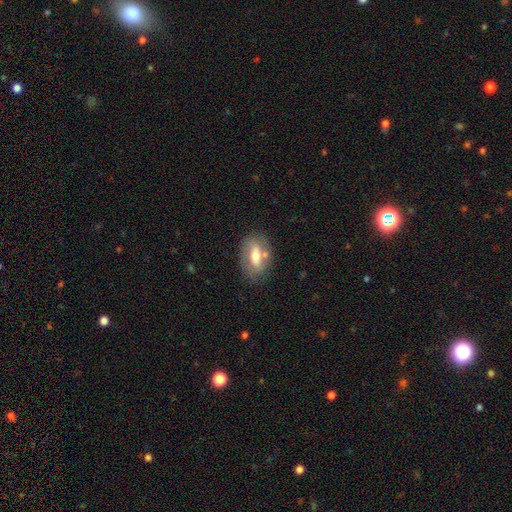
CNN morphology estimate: Q: Smooth or featured?
A: smooth (53%); runner-up: featured or disk (40%)
Q: How rounded?
A: in between (86%); runner-up: round (9%)
Q: Merging?
A: none (69%); runner-up: minor disturbance (18%)